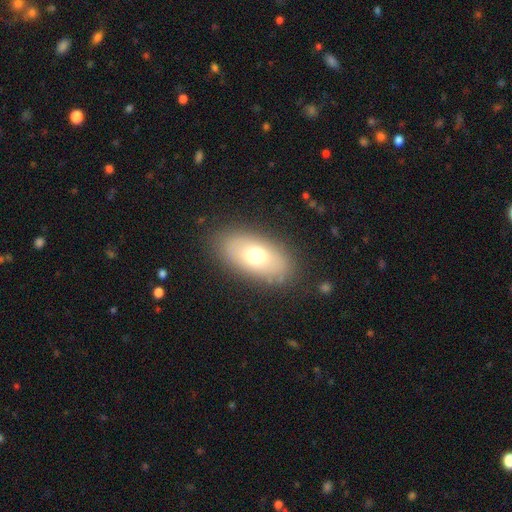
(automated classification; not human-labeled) This appears to be a smooth galaxy with no disk features (68%) that is in between round and cigar-shaped (90%). Merging: none (85%).